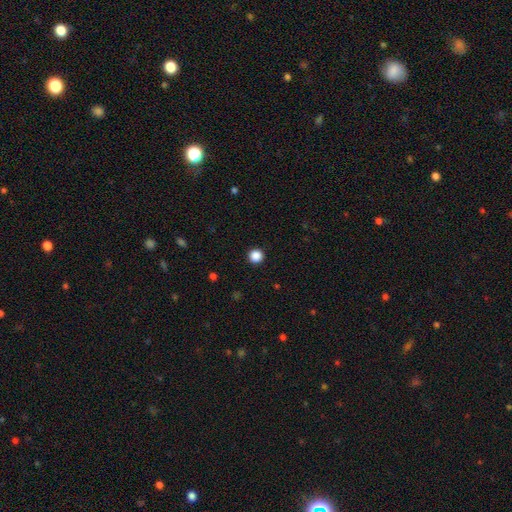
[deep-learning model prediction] smooth_or_featured: smooth (p=0.87) [alt: star or artifact p=0.11]
how_rounded: round (p=0.96) [alt: in between p=0.04]
merging: none (p=0.93) [alt: minor disturbance p=0.04]